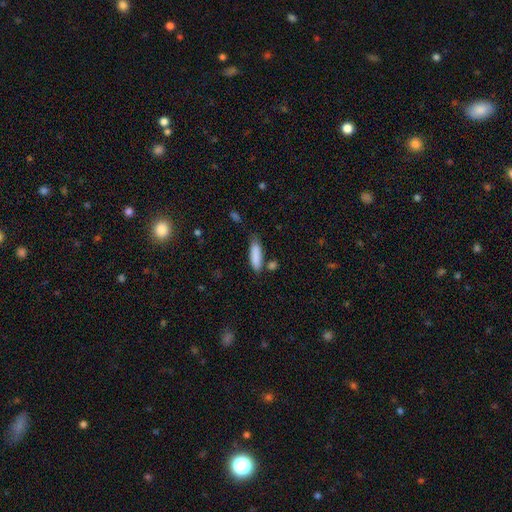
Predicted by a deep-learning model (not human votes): This is clearly a smooth galaxy (87%). How rounded: possibly cigar-shaped (56%). Merging: likely none (70%).